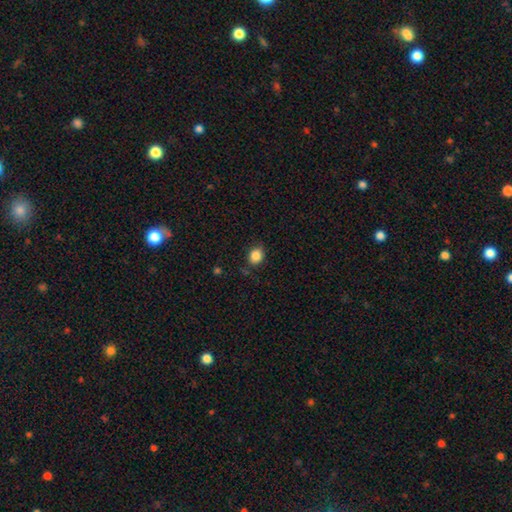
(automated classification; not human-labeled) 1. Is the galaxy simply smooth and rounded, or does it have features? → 85% smooth, 10% star or artifact, 5% featured or disk.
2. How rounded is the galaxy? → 53% round, 46% in between, 1% cigar-shaped.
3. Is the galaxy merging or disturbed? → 76% none, 18% minor disturbance, 4% major disturbance, 2% merger.